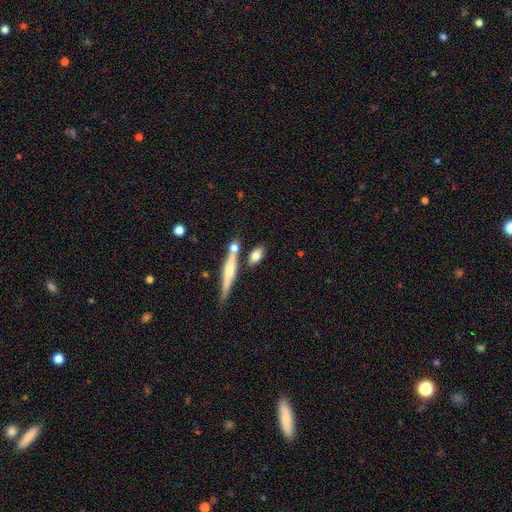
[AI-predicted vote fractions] A smooth galaxy with no disk features (72%) that is in between round and cigar-shaped (69%). Merging: none (63%).